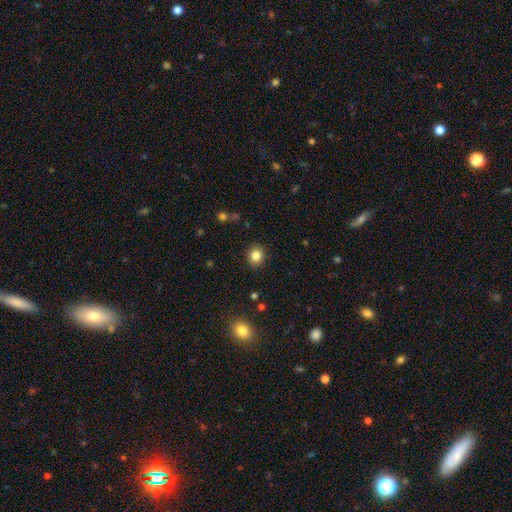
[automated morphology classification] Overall: smooth (83%). How rounded: round (77%). Merging: none (89%).